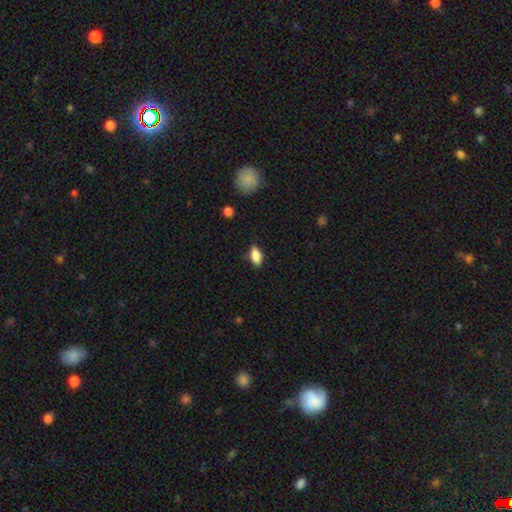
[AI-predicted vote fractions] Smooth or featured?
  - smooth: 85% *
  - featured or disk: 8%
  - star or artifact: 7%
How rounded?
  - in between: 87% *
  - cigar-shaped: 9%
  - round: 4%
Merging?
  - none: 82% *
  - minor disturbance: 14%
  - major disturbance: 3%
  - merger: 1%